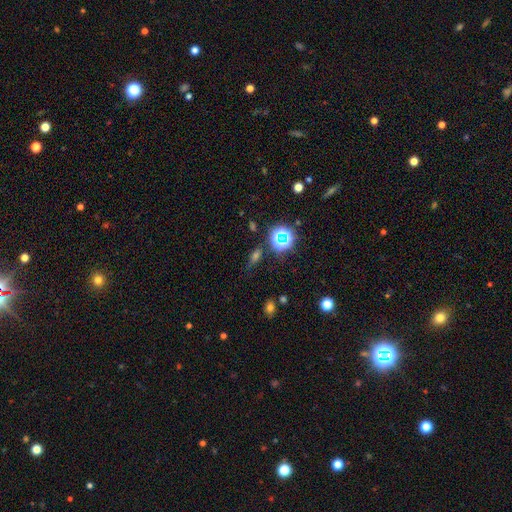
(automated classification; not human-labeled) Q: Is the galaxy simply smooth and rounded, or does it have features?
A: star or artifact — 45%.